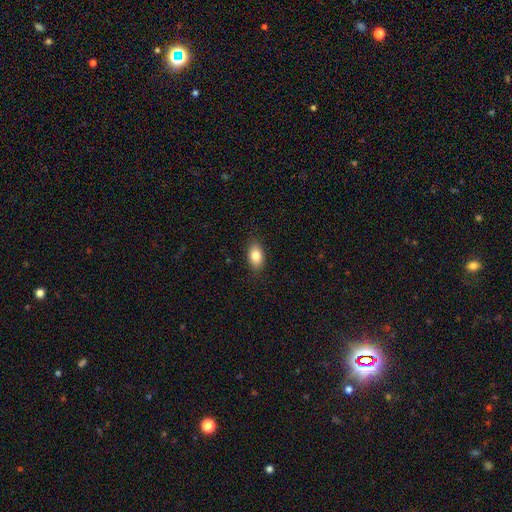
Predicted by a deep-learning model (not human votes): Smooth or featured: smooth — 84% (featured or disk — 9%)
How rounded: in between — 90% (round — 7%)
Merging: none — 87% (minor disturbance — 10%)